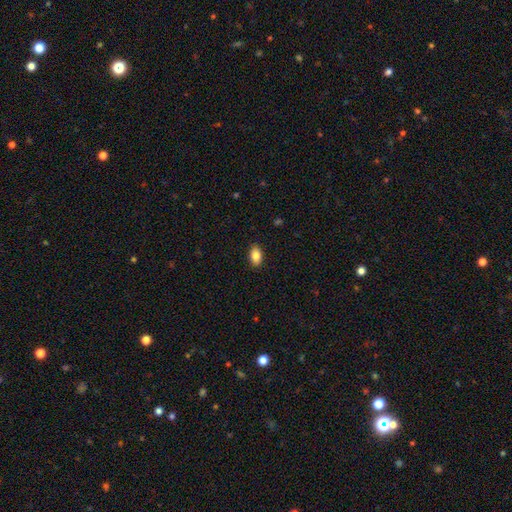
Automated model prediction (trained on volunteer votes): This is clearly a smooth galaxy (85%). How rounded: clearly in between (91%). Merging: clearly none (90%).